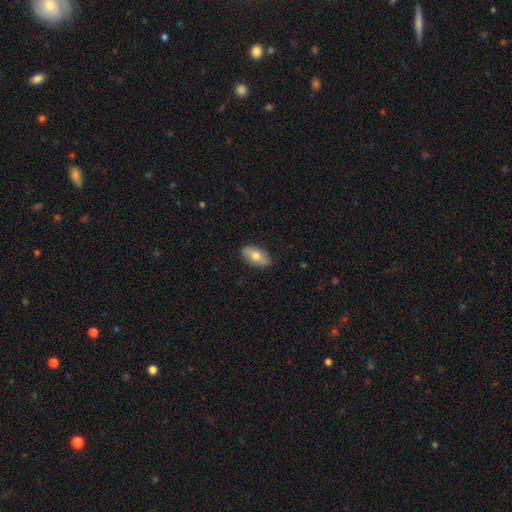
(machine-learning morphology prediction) smooth_or_featured: smooth (p=0.67) [alt: featured or disk p=0.27]
how_rounded: in between (p=0.89) [alt: cigar-shaped p=0.06]
merging: none (p=0.87) [alt: minor disturbance p=0.10]